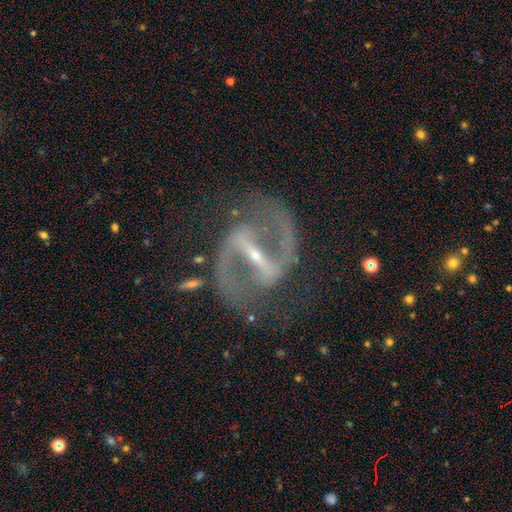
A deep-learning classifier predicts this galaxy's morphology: This appears to be a featured or disk galaxy (92%) with a strong bar (82%), 2 (94%) medium (58%) spiral arms (95%) and a small central bulge (78%). Merging: none (72%).